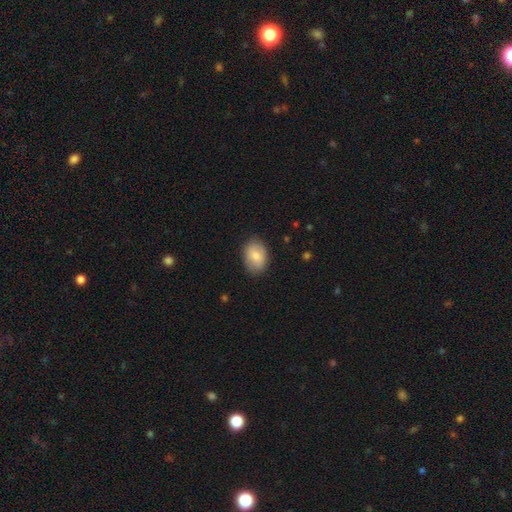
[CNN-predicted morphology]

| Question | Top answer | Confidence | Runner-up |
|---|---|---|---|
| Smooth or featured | smooth | 77% | featured or disk (17%) |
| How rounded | in between | 80% | round (19%) |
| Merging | none | 82% | minor disturbance (14%) |